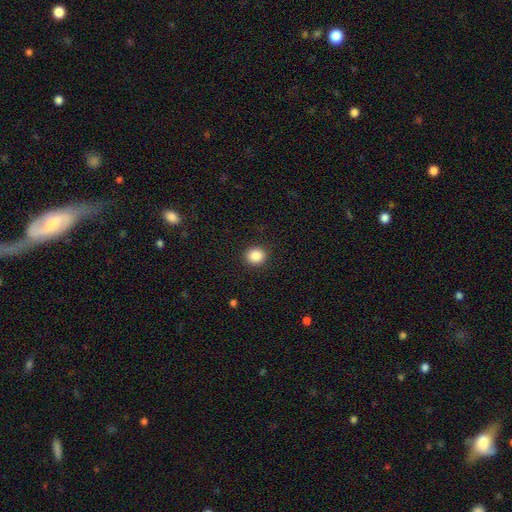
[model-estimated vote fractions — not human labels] A smooth galaxy with no disk features (87%) that is round (79%).

Vote fractions:
- Smooth or featured? smooth: 87% / star or artifact: 9% / featured or disk: 3%
- How rounded? round: 79% / in between: 20% / cigar-shaped: 1%
- Merging? none: 91% / minor disturbance: 6% / major disturbance: 2% / merger: 1%